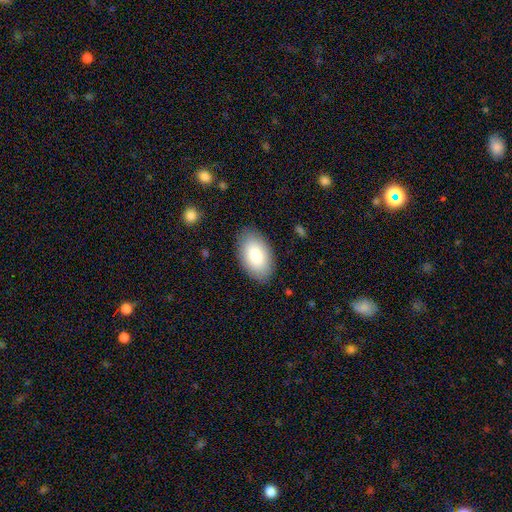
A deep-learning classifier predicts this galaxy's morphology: type=smooth (82%); roundness=in between (94%); merging=none (87%).